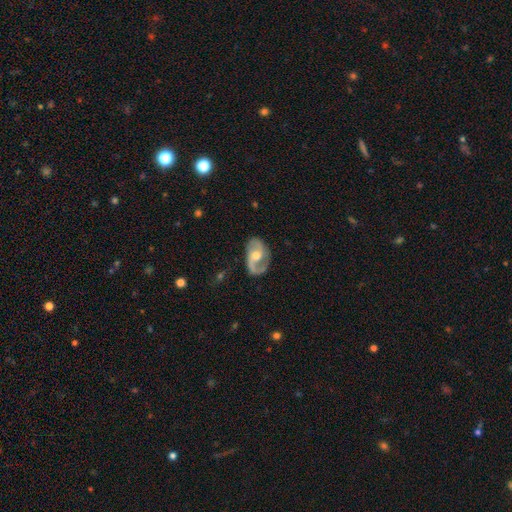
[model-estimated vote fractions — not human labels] Smooth or featured? featured or disk (81%)
Edge-on disk? no (97%)
Bar? no (54%)
Spiral arms? yes (92%)
Spiral winding? medium (46%)
Spiral arm count? 2 (77%)
Bulge size? moderate (68%)
Merging? none (66%)